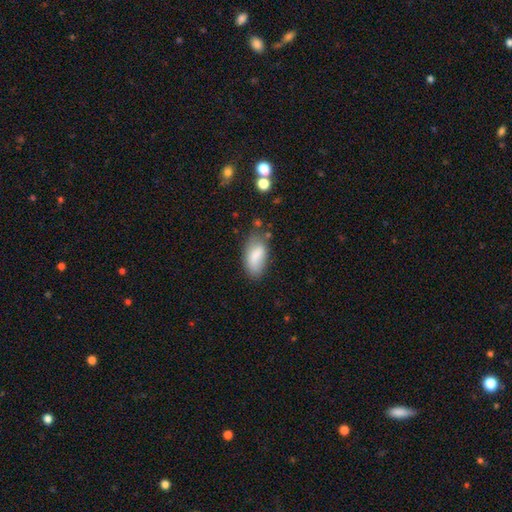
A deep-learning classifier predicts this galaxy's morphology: Smooth or featured? Predicted: smooth (p=0.80). How rounded? Predicted: in between (p=0.91). Merging? Predicted: none (p=0.62).